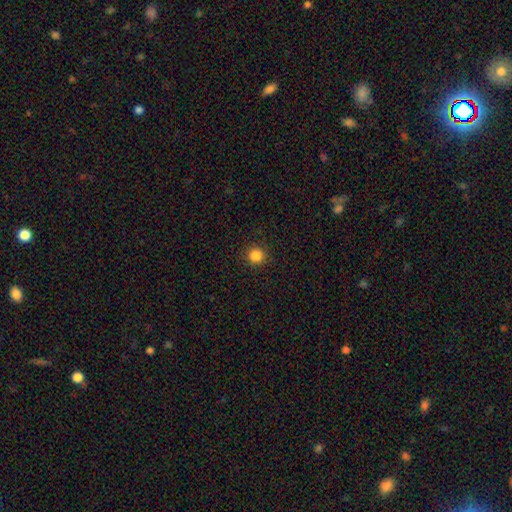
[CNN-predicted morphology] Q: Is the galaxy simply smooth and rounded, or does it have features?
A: smooth — 85%.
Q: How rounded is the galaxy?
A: round — 93%.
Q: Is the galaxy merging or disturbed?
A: none — 91%.